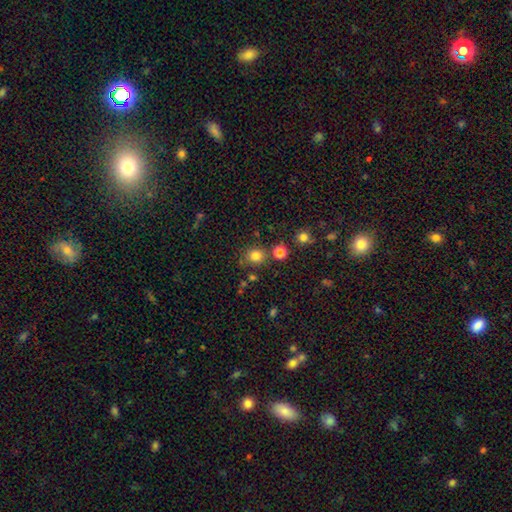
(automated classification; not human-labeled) smooth_or_featured: smooth (p=0.79) [alt: star or artifact p=0.15]
how_rounded: round (p=0.81) [alt: in between p=0.18]
merging: none (p=0.78) [alt: minor disturbance p=0.10]